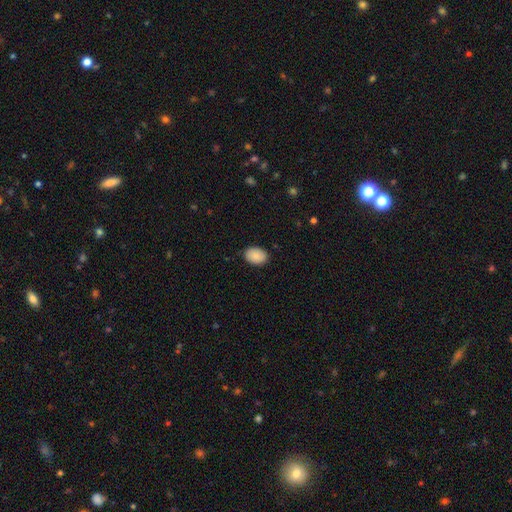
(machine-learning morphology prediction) This appears to be a smooth galaxy with no disk features (88%) that is in between round and cigar-shaped (80%). Merging: none (85%).